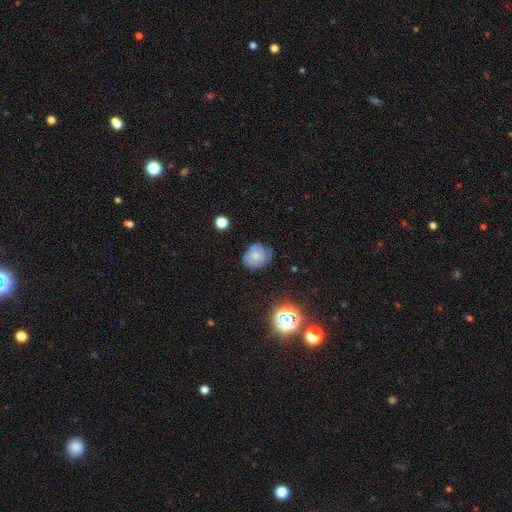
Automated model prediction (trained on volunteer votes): Smooth or featured? smooth (59%)
How rounded? round (65%)
Merging? none (67%)